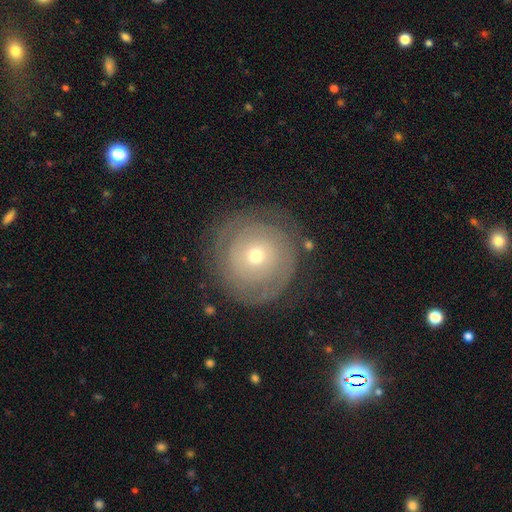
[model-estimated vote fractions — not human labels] This is likely a featured or disk galaxy (63%). It is clearly not viewed edge-on (96%). Bar: clearly no (86%). Spiral arm pattern: likely yes (69%). Central bulge: possibly small (56%). Merging: clearly none (80%).